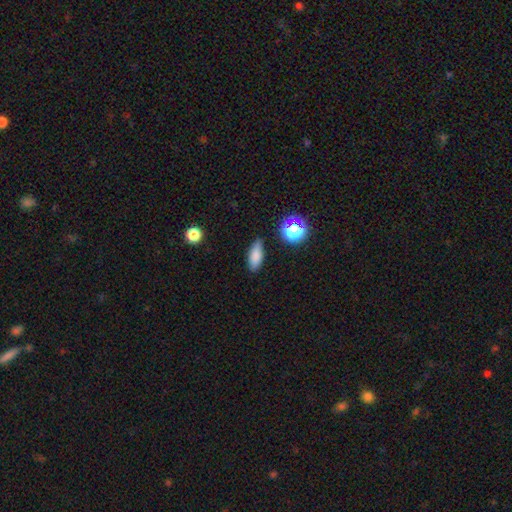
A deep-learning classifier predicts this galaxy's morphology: The model was most divided on "how rounded": in between: 75%, cigar-shaped: 20%, round: 5%. More confident: smooth or featured — smooth (81%); merging — none (80%).